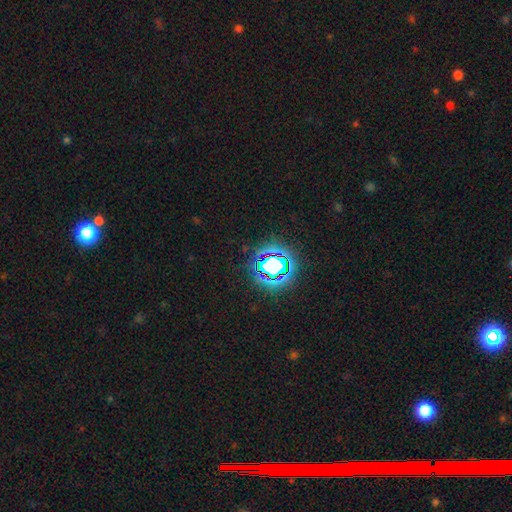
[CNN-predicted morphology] The model was most divided on "smooth or featured": star or artifact: 81%, smooth: 12%, featured or disk: 7%.